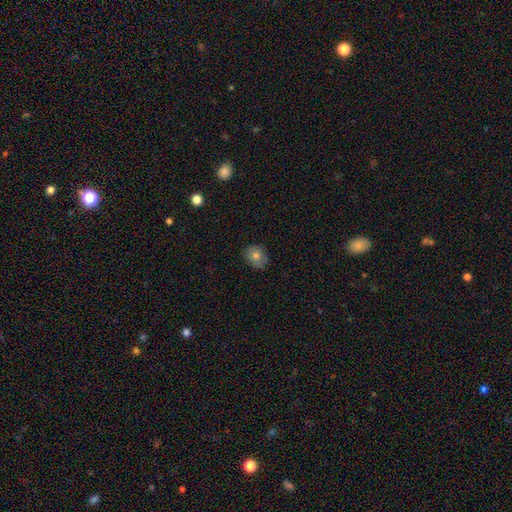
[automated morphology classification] Smooth or featured: smooth — 74% (featured or disk — 15%)
How rounded: round — 56% (in between — 43%)
Merging: none — 81% (minor disturbance — 15%)